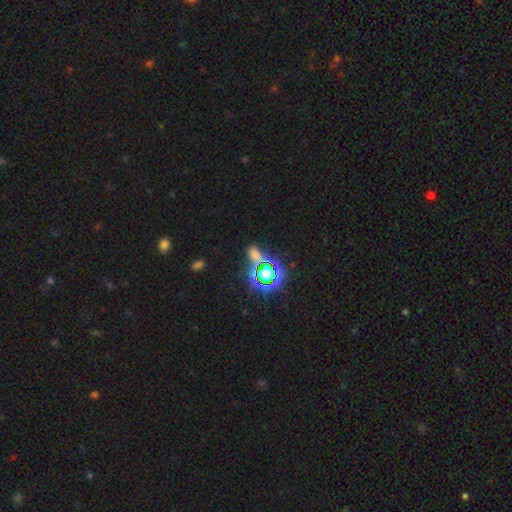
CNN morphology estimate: Smooth or featured: star or artifact — 56% (smooth — 36%)